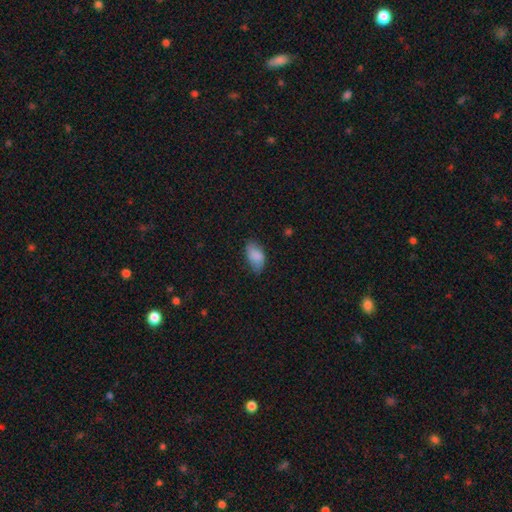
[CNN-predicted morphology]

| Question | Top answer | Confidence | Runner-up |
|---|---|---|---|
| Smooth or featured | smooth | 85% | featured or disk (8%) |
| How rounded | in between | 93% | round (5%) |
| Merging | none | 71% | minor disturbance (23%) |